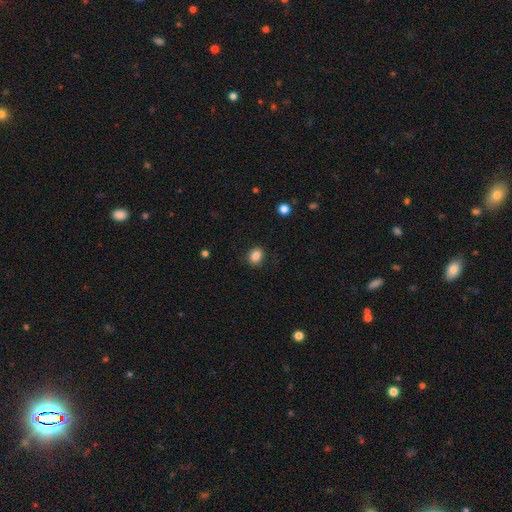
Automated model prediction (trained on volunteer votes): Smooth or featured?
  - smooth: 87% *
  - star or artifact: 10%
  - featured or disk: 4%
How rounded?
  - round: 50% *
  - in between: 49%
  - cigar-shaped: 1%
Merging?
  - none: 86% *
  - minor disturbance: 10%
  - major disturbance: 3%
  - merger: 1%